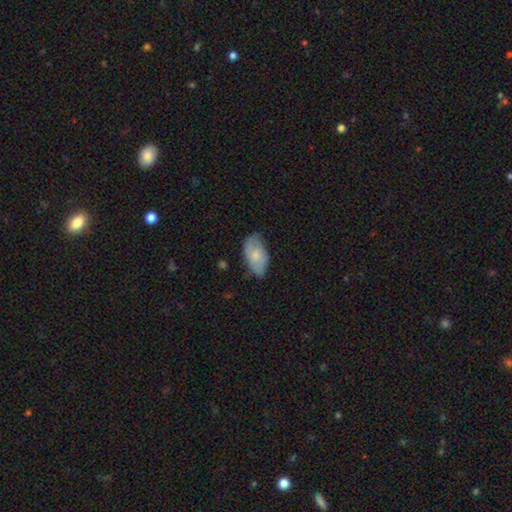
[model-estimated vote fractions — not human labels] Smooth or featured: smooth — 70% (featured or disk — 24%)
How rounded: in between — 94% (round — 4%)
Merging: none — 64% (minor disturbance — 29%)